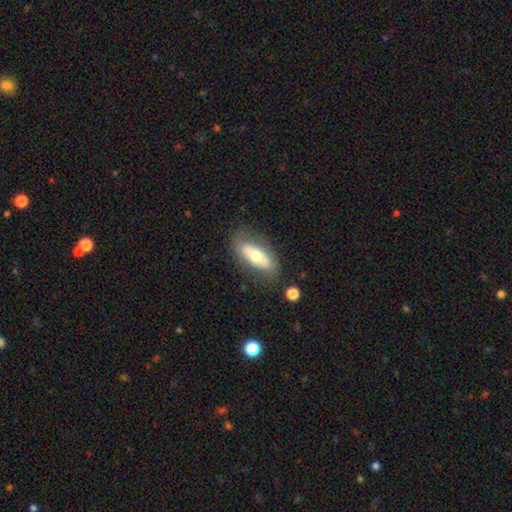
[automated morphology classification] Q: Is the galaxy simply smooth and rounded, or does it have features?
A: smooth — 52%.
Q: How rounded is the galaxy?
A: in between — 79%.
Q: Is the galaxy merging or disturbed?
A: none — 74%.